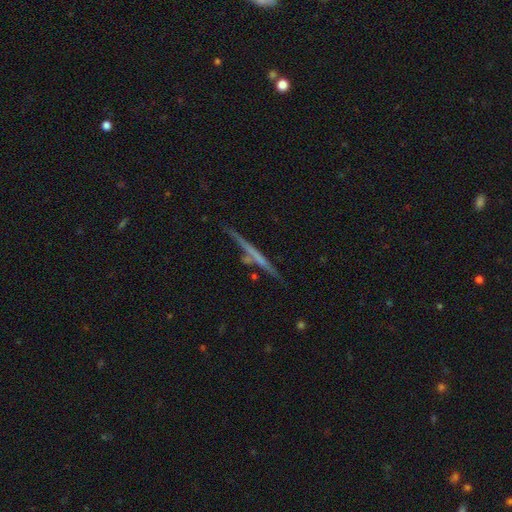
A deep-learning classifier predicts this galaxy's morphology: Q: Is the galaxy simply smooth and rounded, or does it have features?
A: featured or disk — 60%.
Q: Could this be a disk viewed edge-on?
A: yes — 96%.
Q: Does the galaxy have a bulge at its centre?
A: none — 86%.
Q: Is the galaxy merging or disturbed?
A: none — 79%.